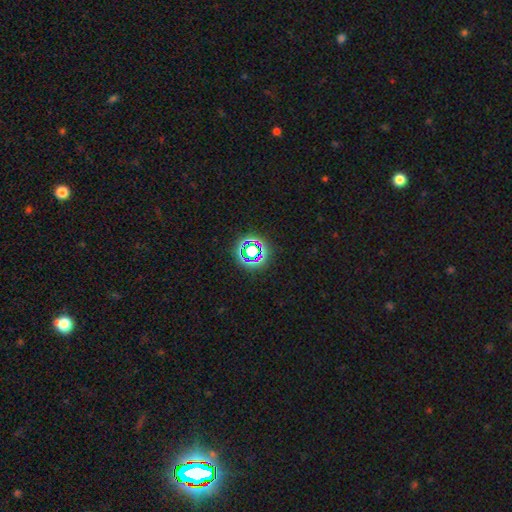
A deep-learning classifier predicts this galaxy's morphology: smooth-or-featured: star or artifact: 61% | smooth: 26% | featured or disk: 13%